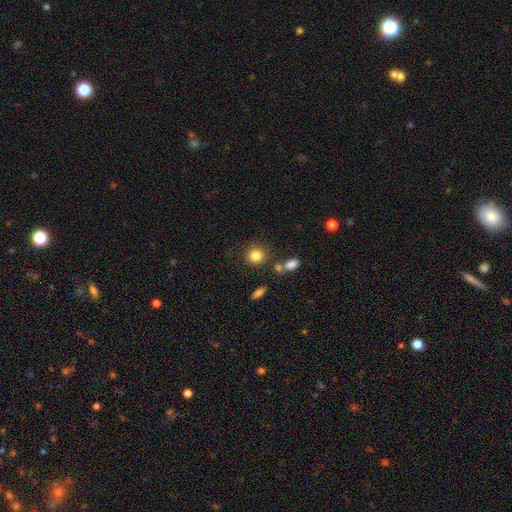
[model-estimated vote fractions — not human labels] Smooth or featured: smooth — 83% (star or artifact — 10%)
How rounded: round — 85% (in between — 14%)
Merging: none — 78% (minor disturbance — 10%)